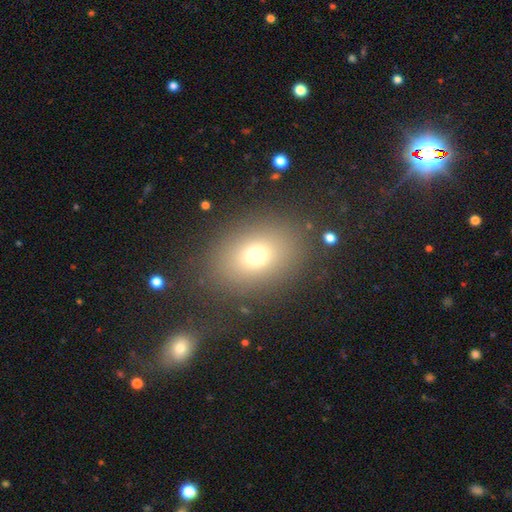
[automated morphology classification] type=smooth (72%); roundness=in between (61%); merging=none (80%).